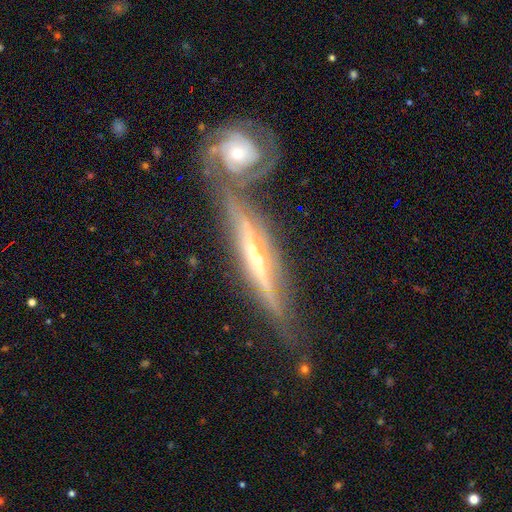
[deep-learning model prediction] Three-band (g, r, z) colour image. It shows a featured or disk galaxy (83%) viewed edge-on (85%) with a rounded central bulge (48%). Merging: none (50%).